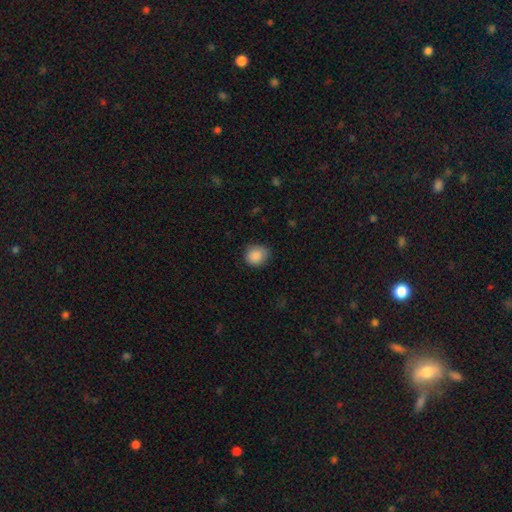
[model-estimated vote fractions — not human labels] The model was most divided on "how rounded": round: 69%, in between: 30%, cigar-shaped: 1%. More confident: smooth or featured — smooth (88%); merging — none (78%).